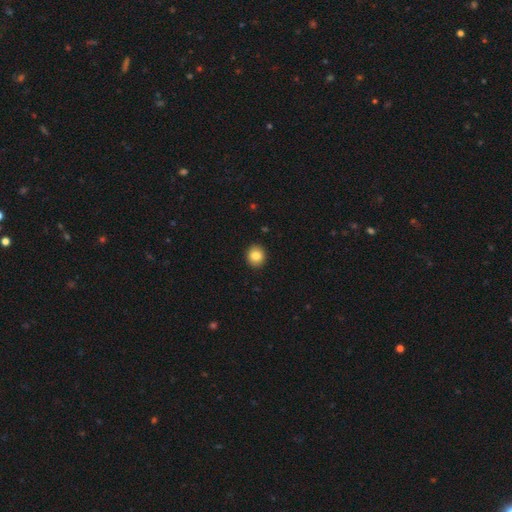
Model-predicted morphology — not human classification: Overall: smooth (84%). How rounded: round (82%). Merging: none (92%).